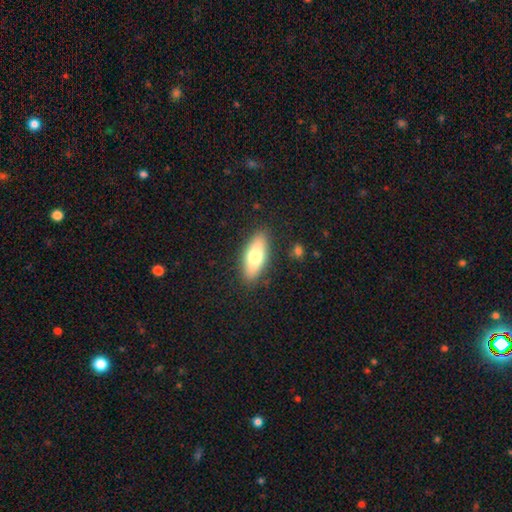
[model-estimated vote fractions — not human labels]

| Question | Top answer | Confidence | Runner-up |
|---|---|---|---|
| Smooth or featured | smooth | 69% | featured or disk (25%) |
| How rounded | in between | 72% | cigar-shaped (25%) |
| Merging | none | 88% | minor disturbance (8%) |